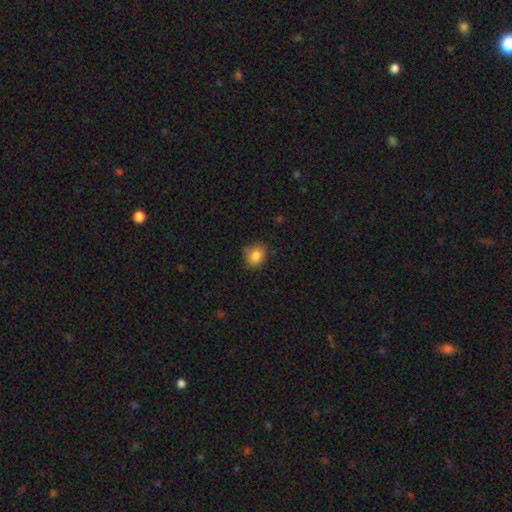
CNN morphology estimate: smooth 84%, star or artifact 9%, featured or disk 7%. Down the decision tree: how rounded — in between (49%, tied with round); merging — none (74%).